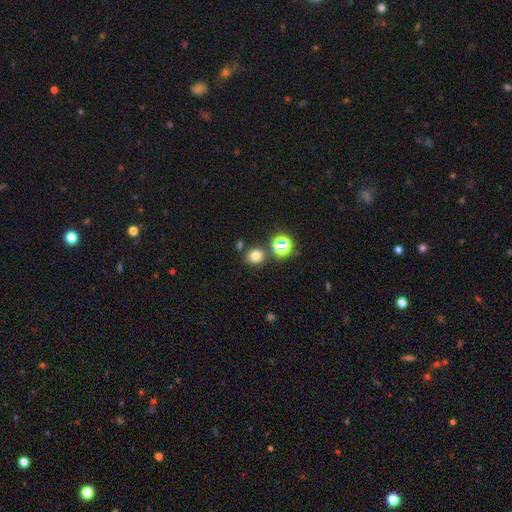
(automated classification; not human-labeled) smooth-or-featured: smooth: 74% | star or artifact: 20% | featured or disk: 6%
  how-rounded: round: 84% | in between: 15% | cigar-shaped: 1%
  merging: none: 78% | merger: 11% | minor disturbance: 8% | major disturbance: 3%